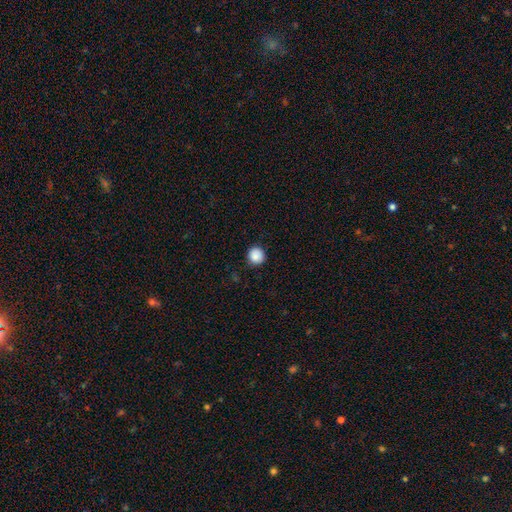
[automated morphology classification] Smooth or featured? smooth (88%)
How rounded? round (91%)
Merging? none (89%)